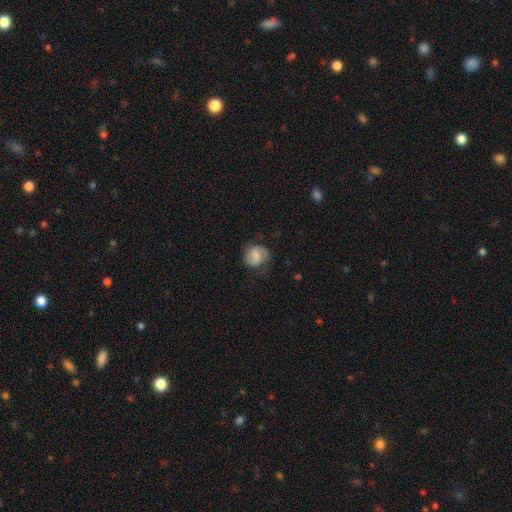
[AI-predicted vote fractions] smooth_or_featured: smooth (p=0.68) [alt: featured or disk p=0.24]
how_rounded: round (p=0.72) [alt: in between p=0.27]
merging: none (p=0.64) [alt: minor disturbance p=0.25]